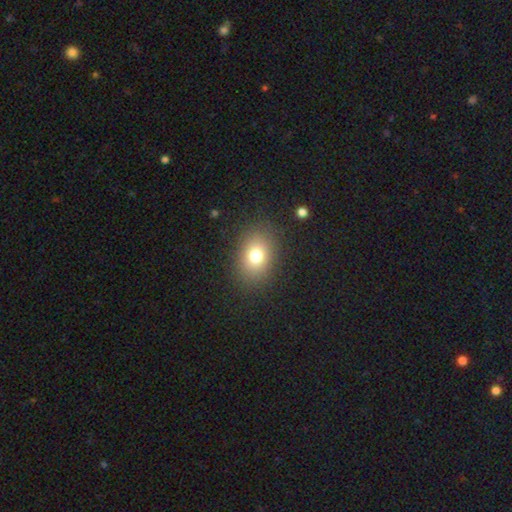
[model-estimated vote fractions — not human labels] Smooth or featured? smooth (77%)
How rounded? in between (65%)
Merging? none (85%)